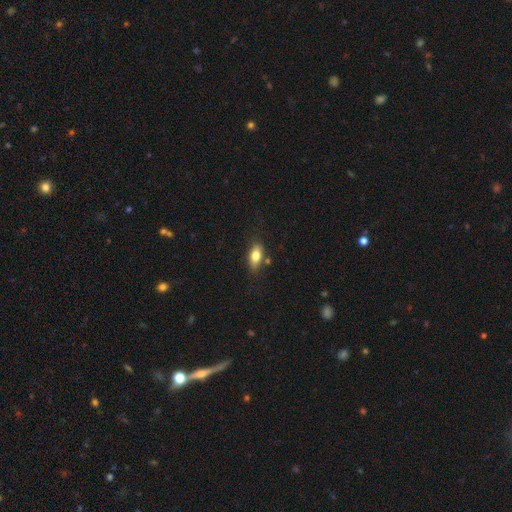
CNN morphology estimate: Smooth or featured?
  - smooth: 75% *
  - featured or disk: 17%
  - star or artifact: 7%
How rounded?
  - in between: 84% *
  - cigar-shaped: 11%
  - round: 5%
Merging?
  - none: 73% *
  - minor disturbance: 18%
  - merger: 5%
  - major disturbance: 4%